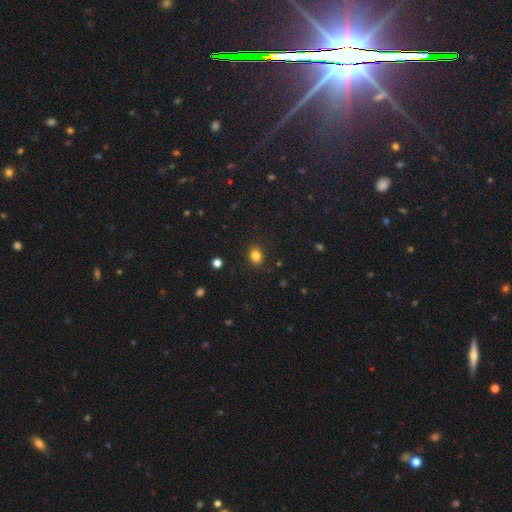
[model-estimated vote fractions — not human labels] This is clearly a smooth galaxy (83%). How rounded: possibly in between (60%). Merging: clearly none (88%).